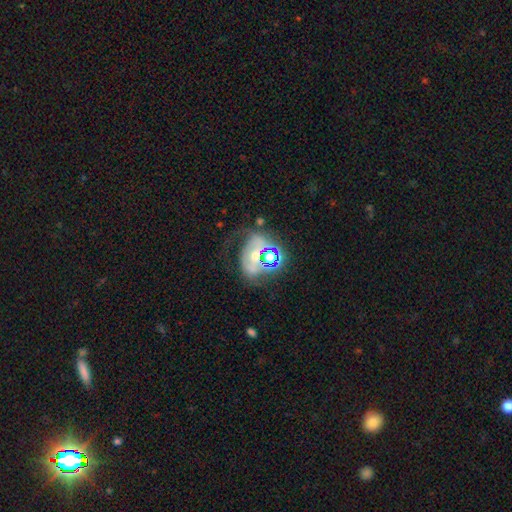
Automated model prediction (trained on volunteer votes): A featured or disk galaxy (46%).

Vote fractions:
- Smooth or featured? featured or disk: 46% / star or artifact: 32% / smooth: 21%
- Merging? none: 42% / major disturbance: 26% / minor disturbance: 18% / merger: 14%